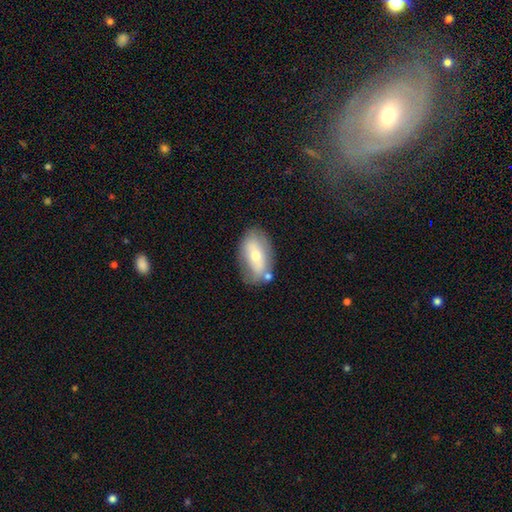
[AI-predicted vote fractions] smooth-or-featured: featured or disk: 47% | smooth: 44% | star or artifact: 9%
  merging: none: 70% | minor disturbance: 18% | merger: 6% | major disturbance: 6%